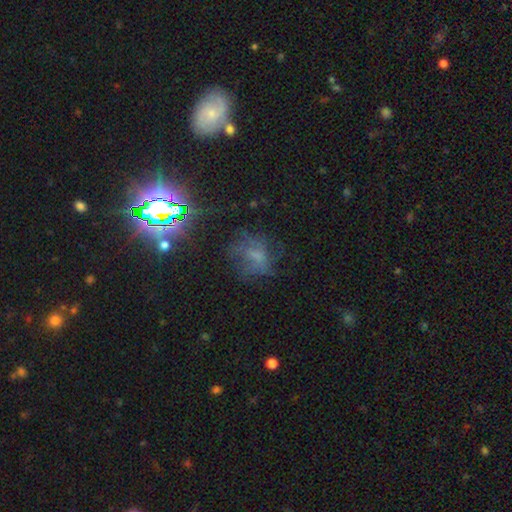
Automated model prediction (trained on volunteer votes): smooth-or-featured: smooth: 35% | star or artifact: 34% | featured or disk: 32%
  merging: none: 53% | major disturbance: 24% | minor disturbance: 21% | merger: 3%